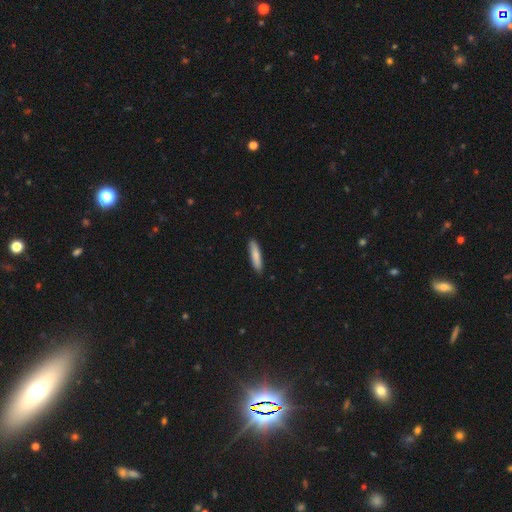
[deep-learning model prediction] A smooth galaxy with no disk features (83%) that is cigar-shaped (84%).

Vote fractions:
- Smooth or featured? smooth: 83% / featured or disk: 12% / star or artifact: 5%
- How rounded? cigar-shaped: 84% / in between: 14% / round: 1%
- Merging? none: 89% / minor disturbance: 8% / major disturbance: 1% / merger: 1%